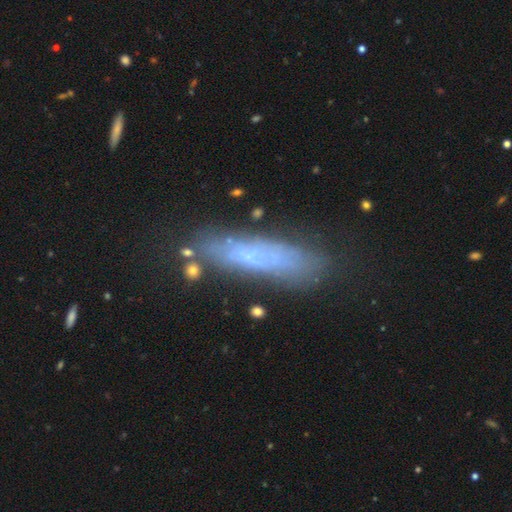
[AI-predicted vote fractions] The model was most divided on "smooth or featured": smooth: 51%, featured or disk: 38%, star or artifact: 11%. More confident: how rounded — cigar-shaped (73%); merging — none (73%).